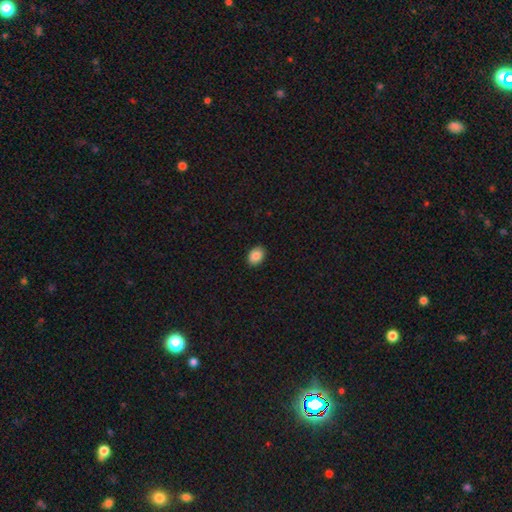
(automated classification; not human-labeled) A smooth galaxy with no disk features (87%) that is in between round and cigar-shaped (71%).

Vote fractions:
- Smooth or featured? smooth: 87% / star or artifact: 8% / featured or disk: 5%
- How rounded? in between: 71% / round: 28% / cigar-shaped: 1%
- Merging? none: 90% / minor disturbance: 7% / major disturbance: 2% / merger: 1%